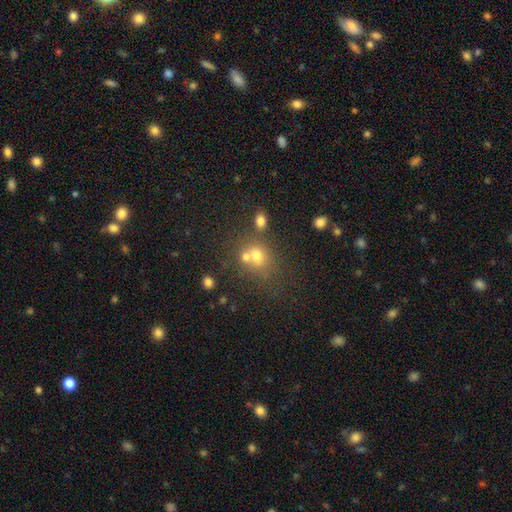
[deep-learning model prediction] Smooth or featured? smooth (63%)
How rounded? round (69%)
Merging? none (43%)